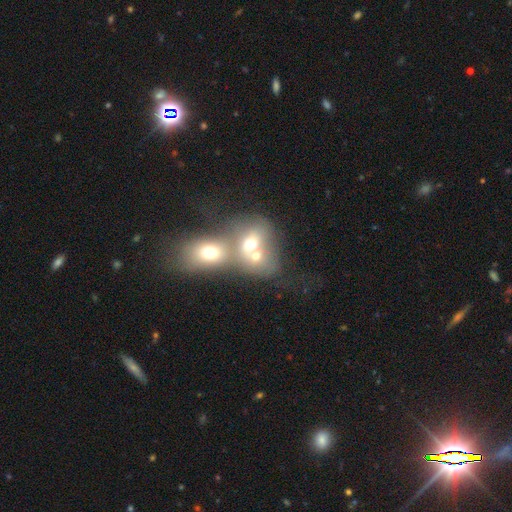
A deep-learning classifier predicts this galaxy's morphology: smooth 62%, featured or disk 24%, star or artifact 14%. Down the decision tree: how rounded — round (57%); merging — merger (68%).